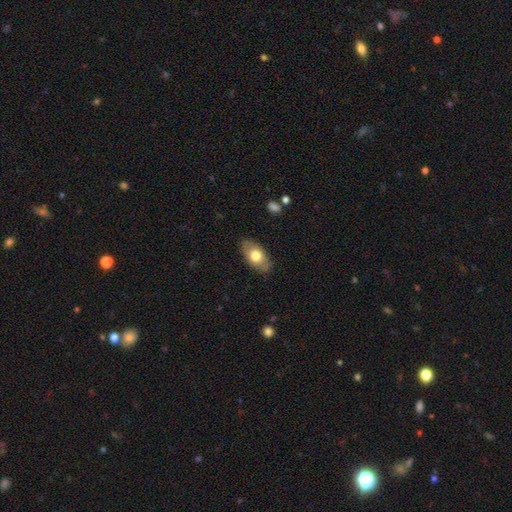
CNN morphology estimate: This appears to be a smooth galaxy with no disk features (69%) that is in between round and cigar-shaped (92%). Merging: none (84%).